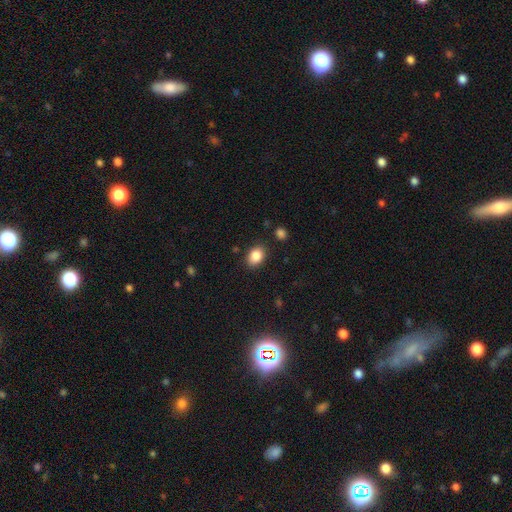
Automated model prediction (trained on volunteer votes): smooth-or-featured: smooth: 86% | star or artifact: 9% | featured or disk: 5%
  how-rounded: in between: 73% | round: 26% | cigar-shaped: 1%
  merging: none: 85% | minor disturbance: 10% | major disturbance: 3% | merger: 2%